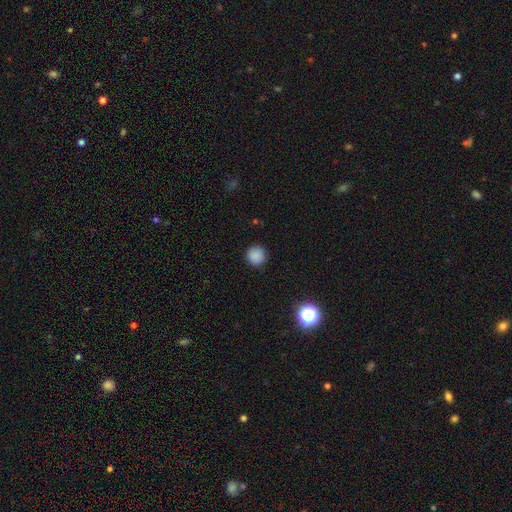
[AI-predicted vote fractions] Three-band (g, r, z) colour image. It shows a smooth galaxy with no disk features (85%) that is round (94%). Merging: none (89%).